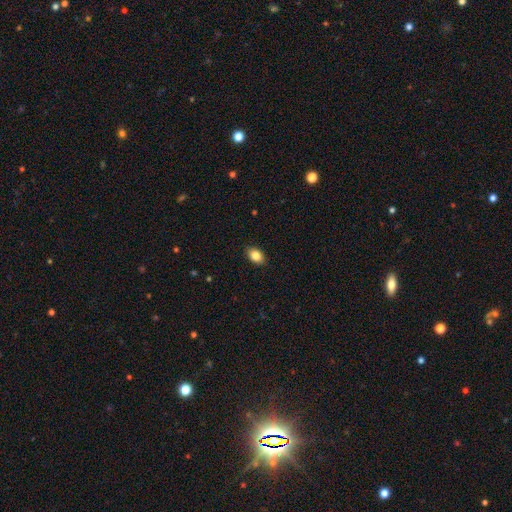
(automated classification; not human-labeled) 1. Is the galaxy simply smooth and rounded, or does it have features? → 85% smooth, 8% star or artifact, 7% featured or disk.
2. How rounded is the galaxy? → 80% in between, 18% round, 1% cigar-shaped.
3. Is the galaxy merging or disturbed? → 88% none, 9% minor disturbance, 2% major disturbance, 1% merger.